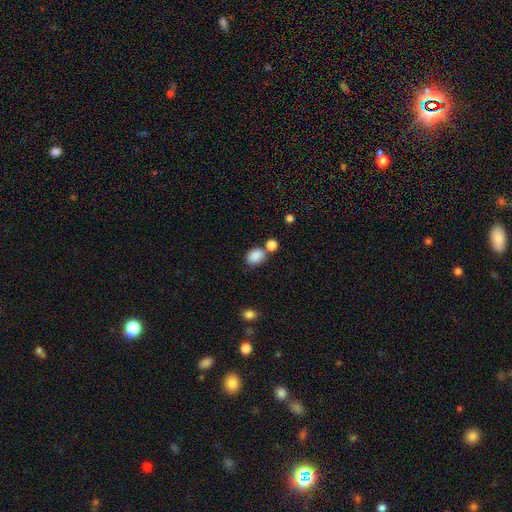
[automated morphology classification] Smooth or featured?
  - smooth: 86% *
  - star or artifact: 9%
  - featured or disk: 4%
How rounded?
  - in between: 63% *
  - round: 36%
  - cigar-shaped: 1%
Merging?
  - none: 59% *
  - merger: 24%
  - minor disturbance: 13%
  - major disturbance: 4%